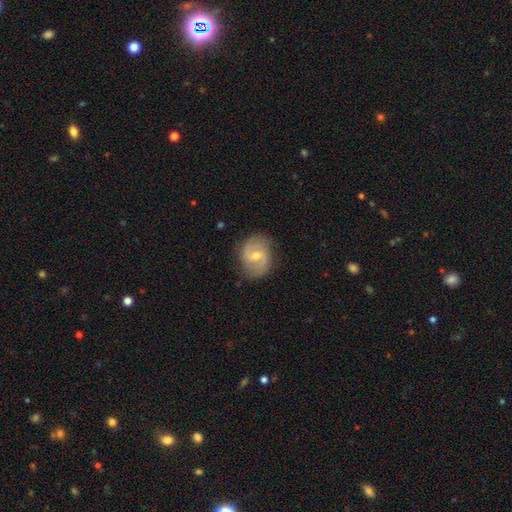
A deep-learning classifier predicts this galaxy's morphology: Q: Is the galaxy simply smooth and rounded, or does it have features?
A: featured or disk — 72%.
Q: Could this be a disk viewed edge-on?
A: no — 98%.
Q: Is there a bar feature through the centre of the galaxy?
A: weak — 60%.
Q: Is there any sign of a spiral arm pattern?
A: yes — 90%.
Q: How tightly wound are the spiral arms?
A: medium — 50%.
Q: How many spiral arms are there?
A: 2 — 86%.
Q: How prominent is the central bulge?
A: moderate — 58%.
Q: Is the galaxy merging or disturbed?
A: none — 77%.